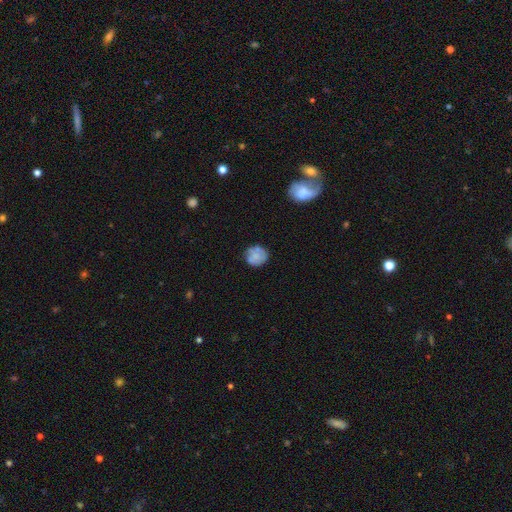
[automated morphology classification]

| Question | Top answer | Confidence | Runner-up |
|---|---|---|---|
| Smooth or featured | smooth | 61% | featured or disk (29%) |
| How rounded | round | 79% | in between (20%) |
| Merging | none | 64% | minor disturbance (23%) |